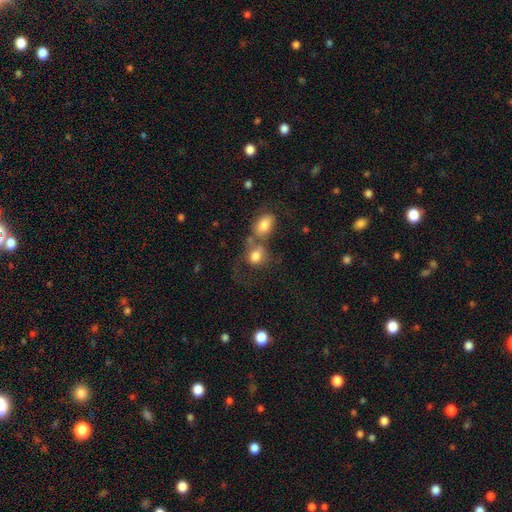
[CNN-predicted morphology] This is likely a smooth galaxy (75%). How rounded: possibly in between (50%). Merging: possibly merger (46%).